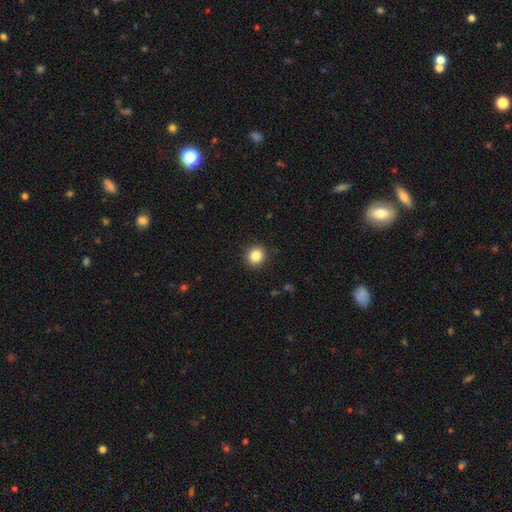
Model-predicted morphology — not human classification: This appears to be a smooth galaxy with no disk features (85%) that is round (88%). Merging: none (91%).